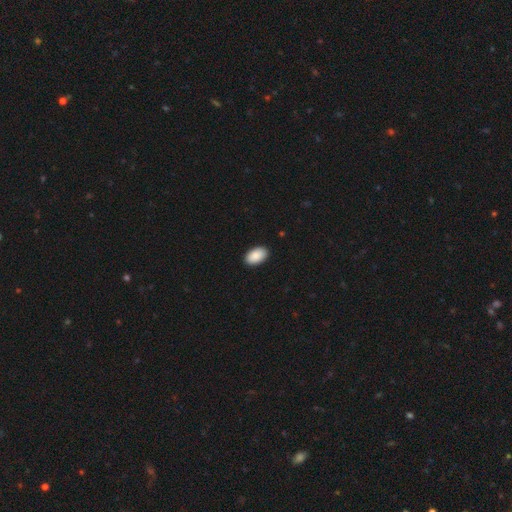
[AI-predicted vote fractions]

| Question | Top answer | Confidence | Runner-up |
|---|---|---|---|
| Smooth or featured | smooth | 91% | star or artifact (6%) |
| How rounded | in between | 95% | round (4%) |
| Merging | none | 91% | minor disturbance (7%) |